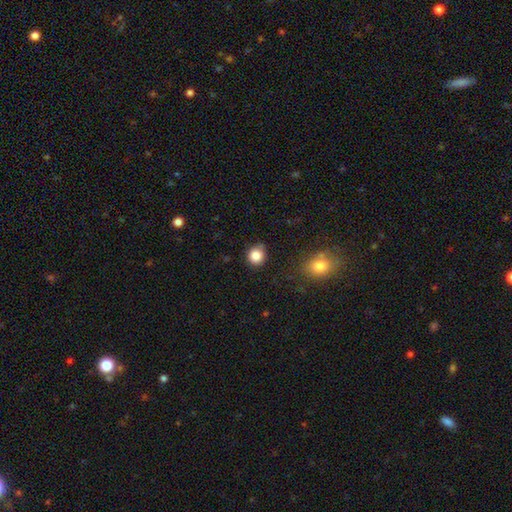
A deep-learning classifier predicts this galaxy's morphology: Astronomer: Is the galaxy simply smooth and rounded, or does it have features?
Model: smooth — 85%.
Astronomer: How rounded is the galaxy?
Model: round — 86%.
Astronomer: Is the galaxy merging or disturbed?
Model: none — 80%.